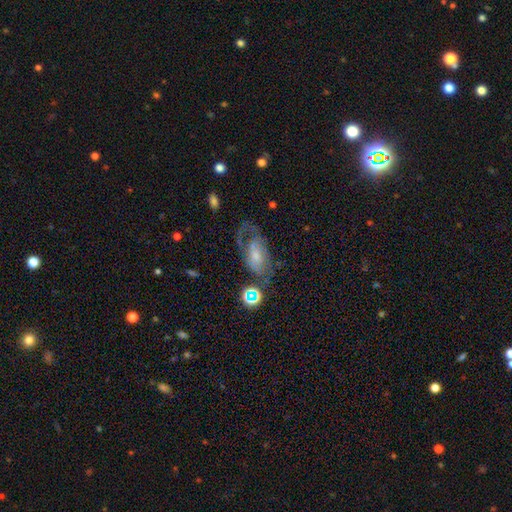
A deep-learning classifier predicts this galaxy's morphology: type=featured or disk (55%); edge-on=no (93%); bar=no (64%); spiral arms=yes (64%); bulge=small (37%); merging=major disturbance (37%).